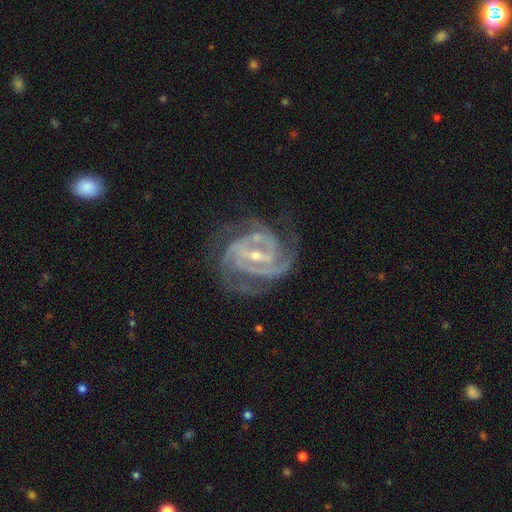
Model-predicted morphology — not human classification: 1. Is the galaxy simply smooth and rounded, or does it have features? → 92% featured or disk, 5% star or artifact, 3% smooth.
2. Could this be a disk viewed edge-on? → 98% no, 2% yes.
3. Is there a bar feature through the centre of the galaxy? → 53% strong, 36% weak, 11% no.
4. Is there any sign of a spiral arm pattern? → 98% yes, 2% no.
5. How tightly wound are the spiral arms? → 56% tight, 38% medium, 6% loose.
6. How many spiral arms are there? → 40% 3, 23% 2, 16% 4, 11% can't tell, 5% more than 4, 5% 1.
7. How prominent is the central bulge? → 62% small, 35% moderate, 2% none, 1% large, 1% dominant.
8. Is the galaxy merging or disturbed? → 67% none, 18% minor disturbance, 13% major disturbance, 2% merger.